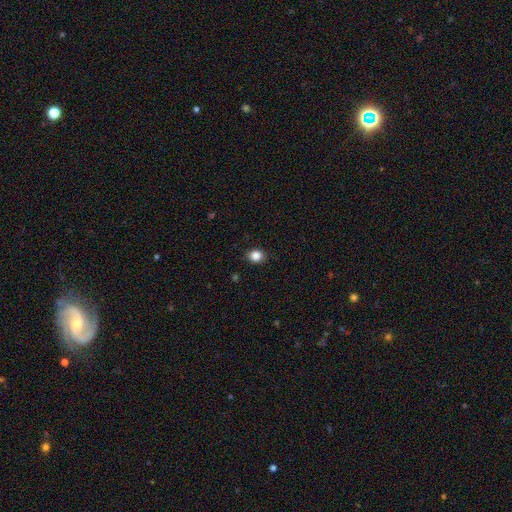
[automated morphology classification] Smooth or featured? smooth (85%)
How rounded? round (68%)
Merging? none (88%)